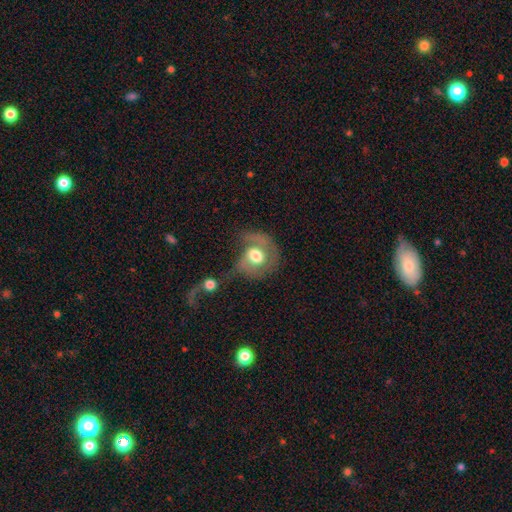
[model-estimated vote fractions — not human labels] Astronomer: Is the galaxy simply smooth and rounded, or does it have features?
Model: featured or disk — 49% (runner-up: smooth, 43%).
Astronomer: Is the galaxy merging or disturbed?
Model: major disturbance — 38% (runner-up: none, 26%).